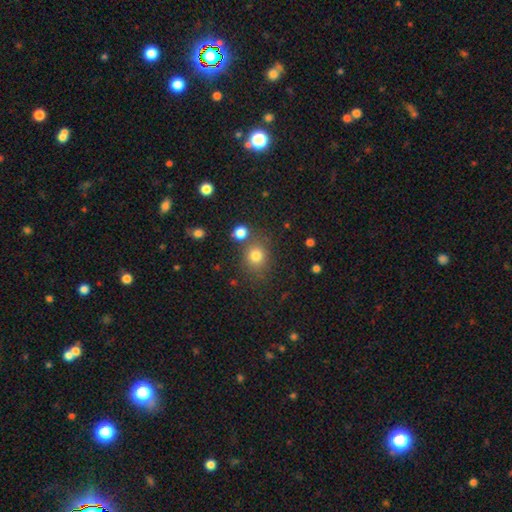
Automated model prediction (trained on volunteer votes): This appears to be a smooth galaxy with no disk features (78%) that is round (81%). Merging: none (72%).